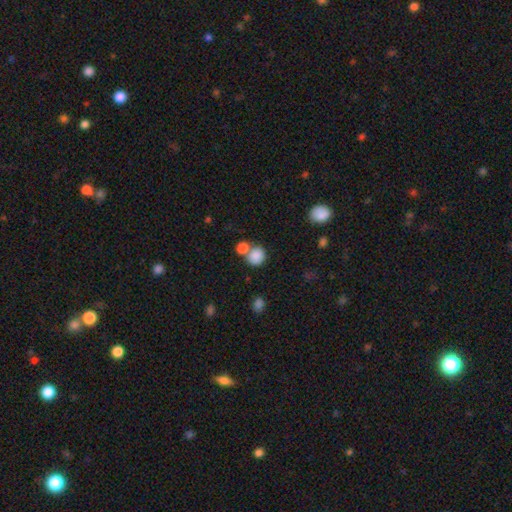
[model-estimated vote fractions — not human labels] This appears to be a smooth galaxy with no disk features (84%) that is round (80%). Merging: none (52%).